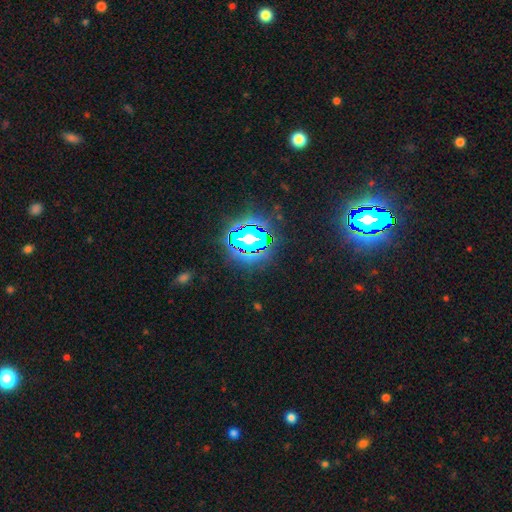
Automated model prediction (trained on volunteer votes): A star or artifact, not a galaxy (83%).